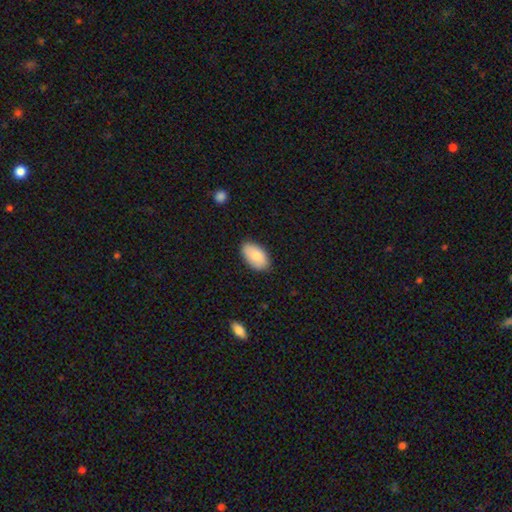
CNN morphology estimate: smooth 85%, featured or disk 9%, star or artifact 6%. Down the decision tree: how rounded — in between (94%); merging — none (84%).